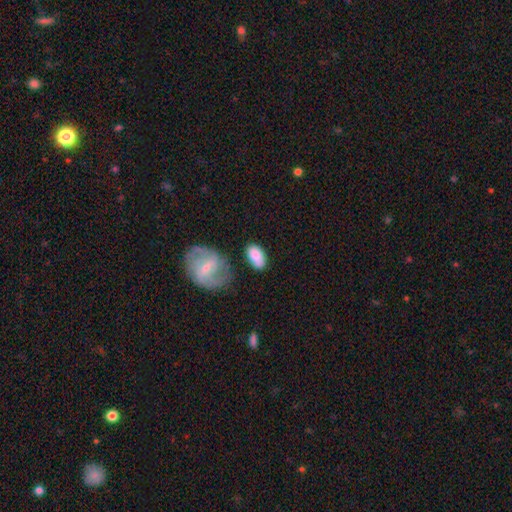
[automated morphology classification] Smooth or featured? Predicted: smooth (p=0.79). How rounded? Predicted: in between (p=0.92). Merging? Predicted: none (p=0.63).